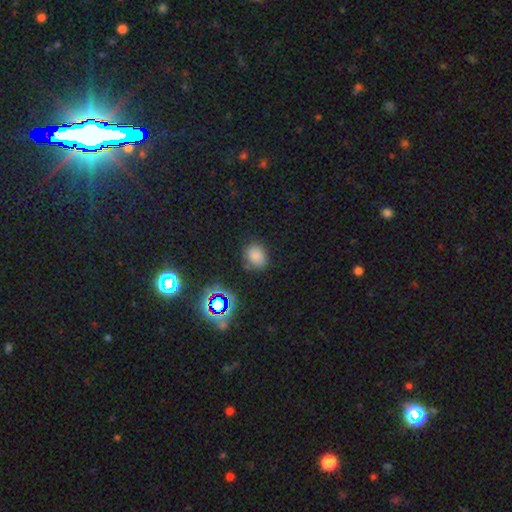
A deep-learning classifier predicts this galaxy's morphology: type=smooth (74%); roundness=round (53%); merging=none (77%).